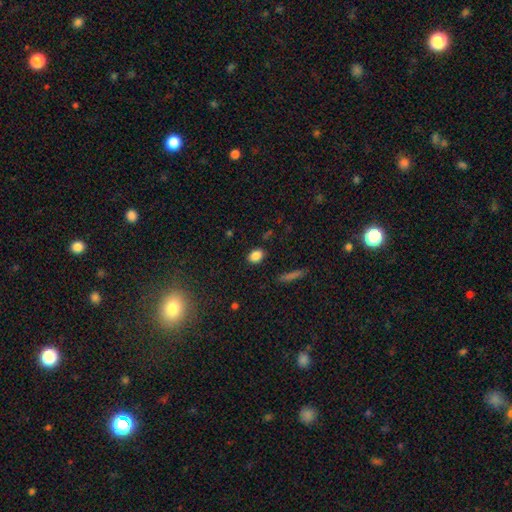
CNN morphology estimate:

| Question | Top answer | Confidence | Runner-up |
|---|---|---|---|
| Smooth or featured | smooth | 85% | star or artifact (10%) |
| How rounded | in between | 64% | round (33%) |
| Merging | none | 86% | minor disturbance (10%) |